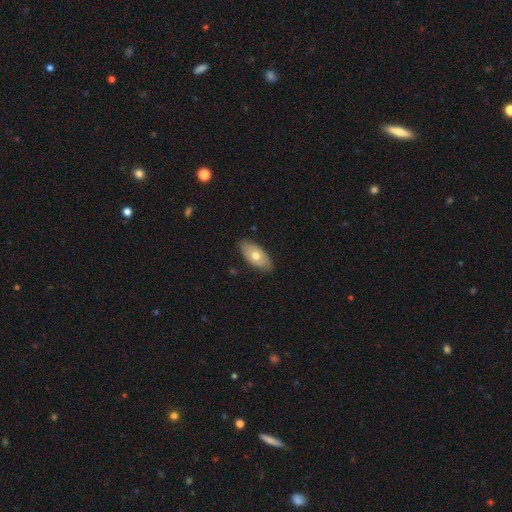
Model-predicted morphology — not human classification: smooth 64%, featured or disk 31%, star or artifact 6%. Down the decision tree: how rounded — in between (92%); merging — none (82%).